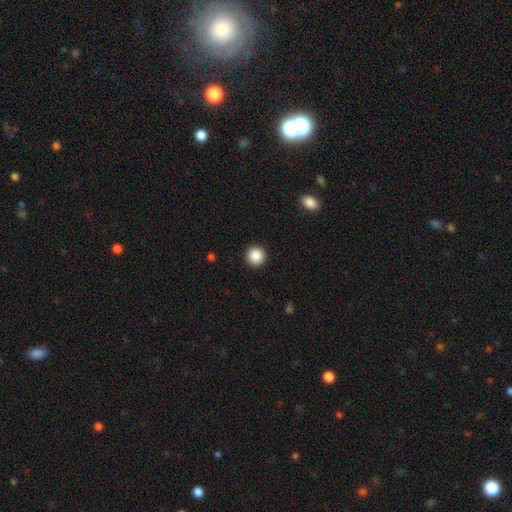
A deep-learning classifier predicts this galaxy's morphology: Smooth or featured? Predicted: smooth (p=0.88). How rounded? Predicted: round (p=0.96). Merging? Predicted: none (p=0.93).